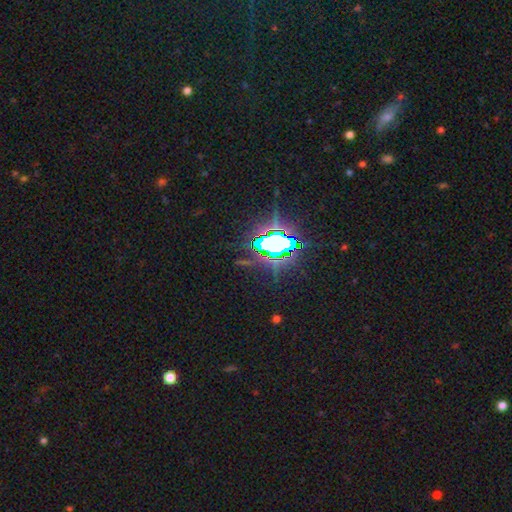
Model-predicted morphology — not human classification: This appears to be a star or artifact, not a galaxy (84%).